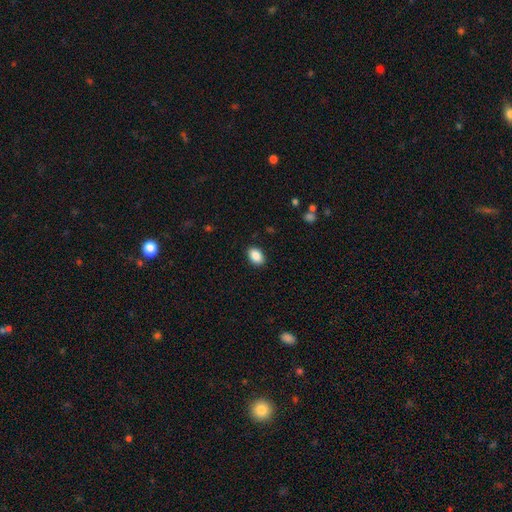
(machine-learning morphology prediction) smooth_or_featured: smooth (p=0.89) [alt: star or artifact p=0.08]
how_rounded: in between (p=0.87) [alt: round p=0.12]
merging: none (p=0.89) [alt: minor disturbance p=0.08]